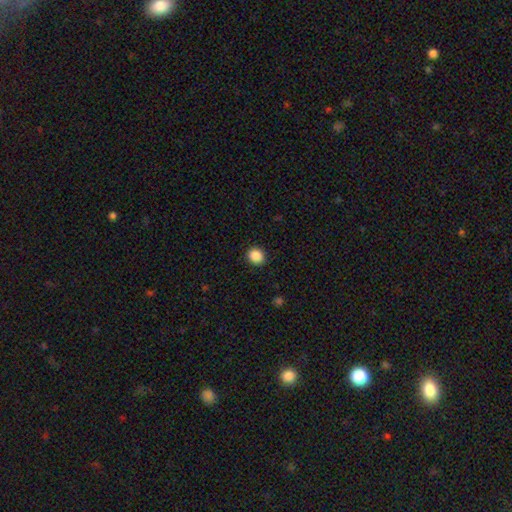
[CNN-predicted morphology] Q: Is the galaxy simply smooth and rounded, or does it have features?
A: smooth — 88%.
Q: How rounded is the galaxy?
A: round — 74%.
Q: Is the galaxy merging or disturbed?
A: none — 90%.